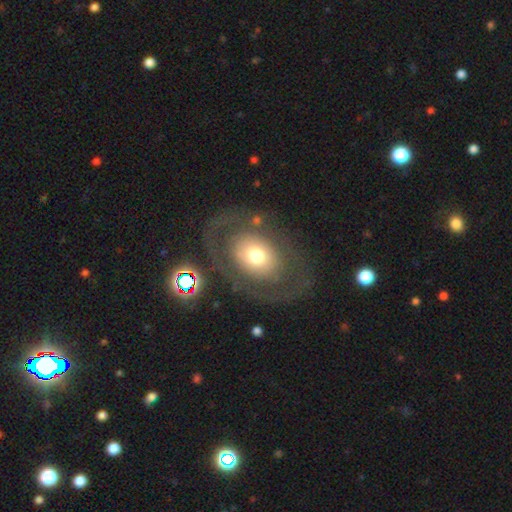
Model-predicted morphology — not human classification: Smooth or featured?
  - featured or disk: 52% *
  - smooth: 39%
  - star or artifact: 9%
Edge-on disk?
  - no: 93% *
  - yes: 7%
Merging?
  - none: 66% *
  - major disturbance: 17%
  - minor disturbance: 13%
  - merger: 4%